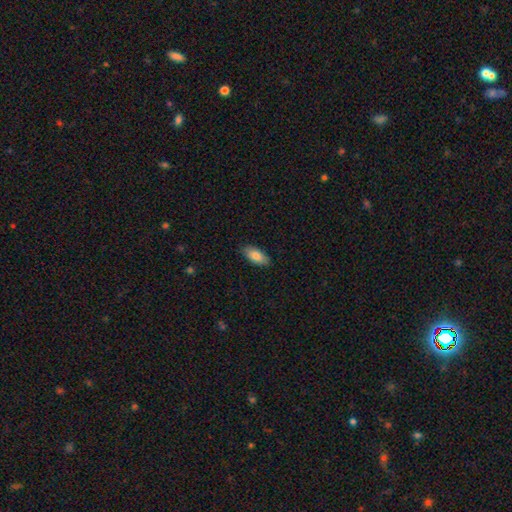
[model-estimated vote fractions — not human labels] Smooth or featured? Predicted: smooth (p=0.84). How rounded? Predicted: in between (p=0.90). Merging? Predicted: none (p=0.86).